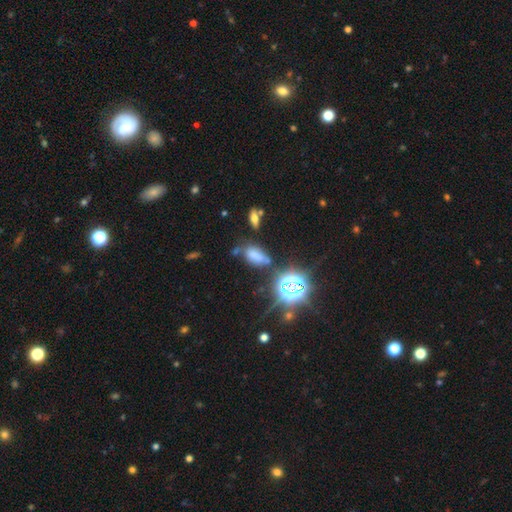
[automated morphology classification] A smooth galaxy with no disk features (60%) that is in between round and cigar-shaped (84%). Merging: none (56%).